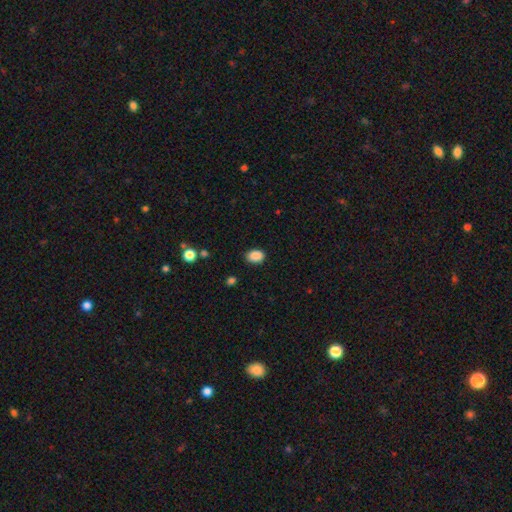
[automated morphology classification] Q: Smooth or featured?
A: smooth (88%); runner-up: star or artifact (9%)
Q: How rounded?
A: in between (76%); runner-up: round (23%)
Q: Merging?
A: none (86%); runner-up: minor disturbance (10%)